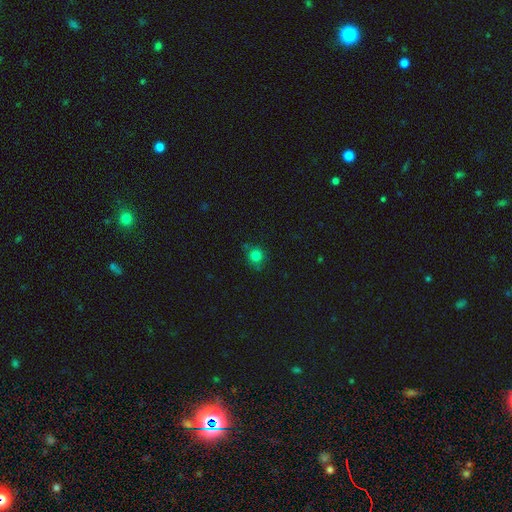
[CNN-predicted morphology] Smooth or featured? Predicted: smooth (p=0.80). How rounded? Predicted: round (p=0.88). Merging? Predicted: none (p=0.76).